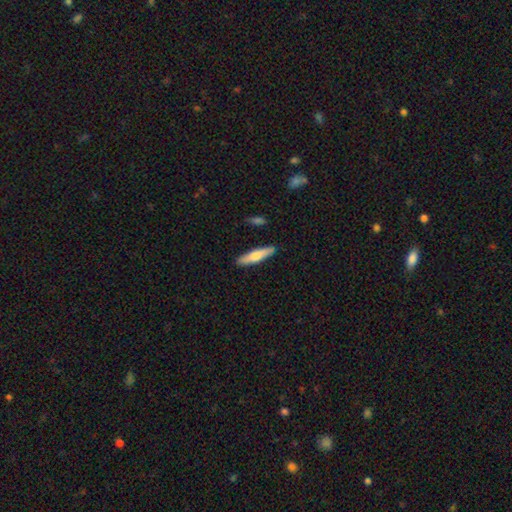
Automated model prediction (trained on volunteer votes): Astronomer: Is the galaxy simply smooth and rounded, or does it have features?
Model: smooth — 65%.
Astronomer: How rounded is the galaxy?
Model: cigar-shaped — 81%.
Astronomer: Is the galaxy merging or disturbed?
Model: none — 88%.